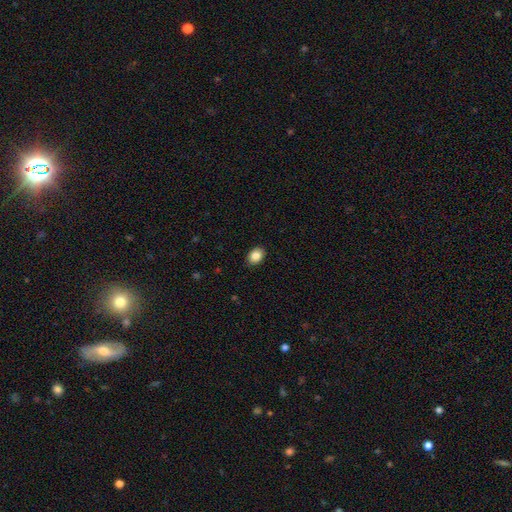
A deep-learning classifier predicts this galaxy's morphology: smooth 87%, star or artifact 8%, featured or disk 5%. Down the decision tree: how rounded — in between (76%); merging — none (89%).